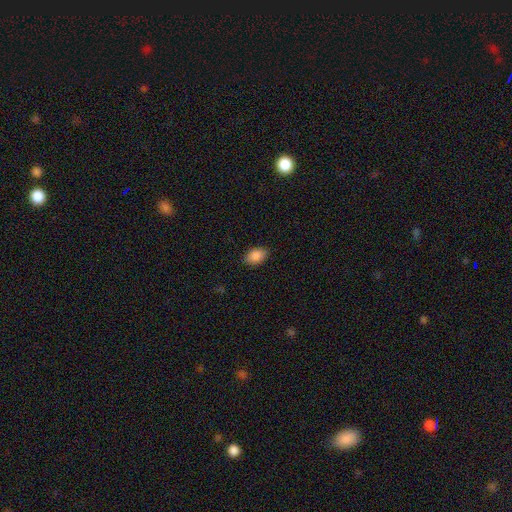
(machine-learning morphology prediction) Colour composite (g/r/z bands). It shows a smooth galaxy with no disk features (88%) that is in between round and cigar-shaped (87%). Merging: none (87%).